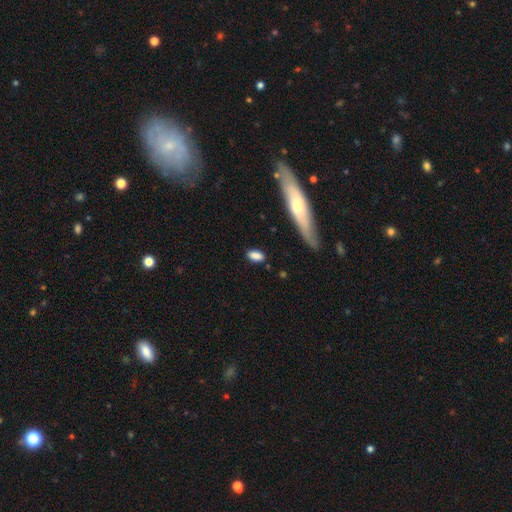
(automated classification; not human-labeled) smooth-or-featured: smooth: 85% | featured or disk: 8% | star or artifact: 7%
  how-rounded: in between: 83% | cigar-shaped: 11% | round: 5%
  merging: none: 80% | minor disturbance: 14% | major disturbance: 4% | merger: 3%